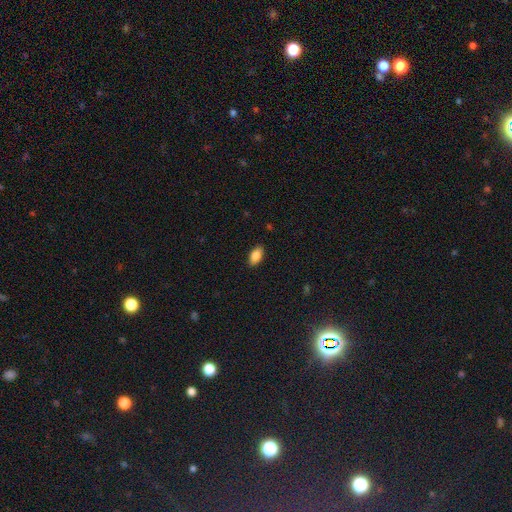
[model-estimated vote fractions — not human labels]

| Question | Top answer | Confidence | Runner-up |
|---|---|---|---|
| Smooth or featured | smooth | 85% | featured or disk (8%) |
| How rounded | in between | 91% | cigar-shaped (5%) |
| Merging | none | 88% | minor disturbance (9%) |